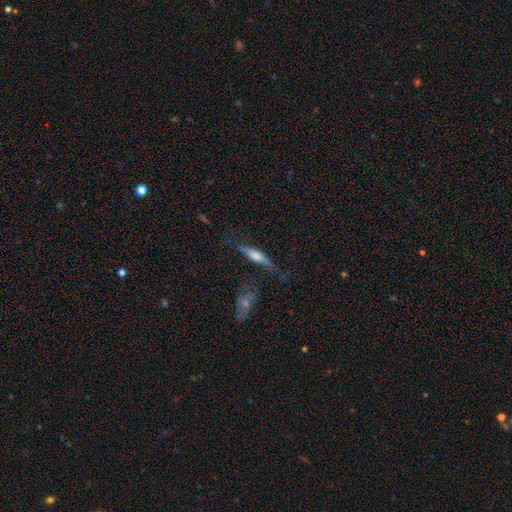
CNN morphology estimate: type=featured or disk (58%); edge-on=yes (92%); edge-on bulge=rounded (82%); merging=none (70%).